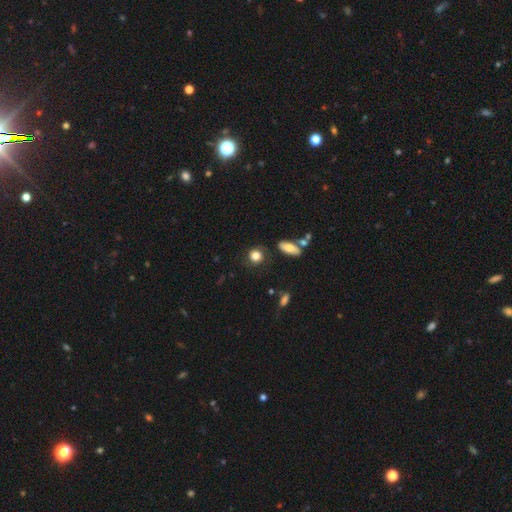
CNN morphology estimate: Smooth or featured? Predicted: smooth (p=0.82). How rounded? Predicted: round (p=0.82). Merging? Predicted: none (p=0.76).